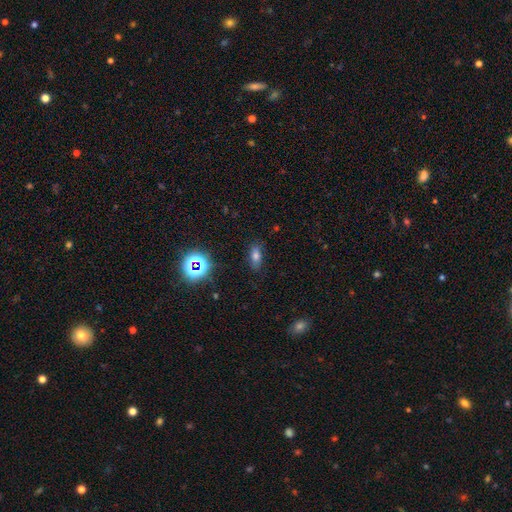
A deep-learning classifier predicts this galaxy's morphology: type=smooth (69%); roundness=in between (80%); merging=none (83%).